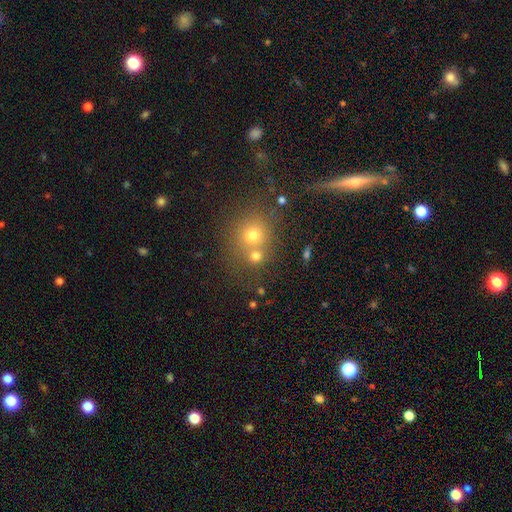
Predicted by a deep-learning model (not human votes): A smooth galaxy with no disk features (70%) that is round (83%).

Vote fractions:
- Smooth or featured? smooth: 70% / star or artifact: 18% / featured or disk: 12%
- How rounded? round: 83% / in between: 16% / cigar-shaped: 1%
- Merging? none: 53% / merger: 35% / minor disturbance: 8% / major disturbance: 4%